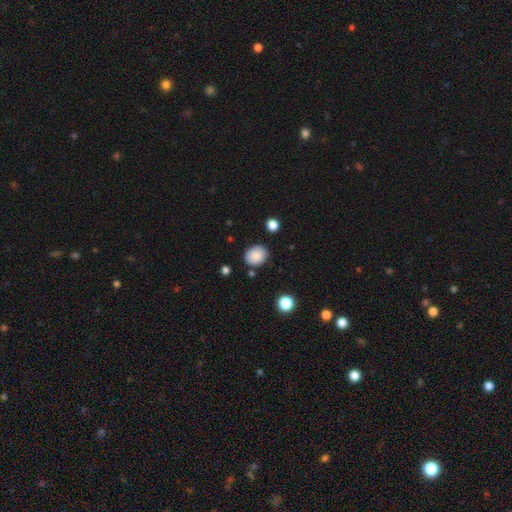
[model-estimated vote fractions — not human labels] smooth-or-featured: smooth: 87% | star or artifact: 8% | featured or disk: 5%
  how-rounded: round: 52% | in between: 47% | cigar-shaped: 1%
  merging: none: 83% | minor disturbance: 12% | merger: 3% | major disturbance: 3%